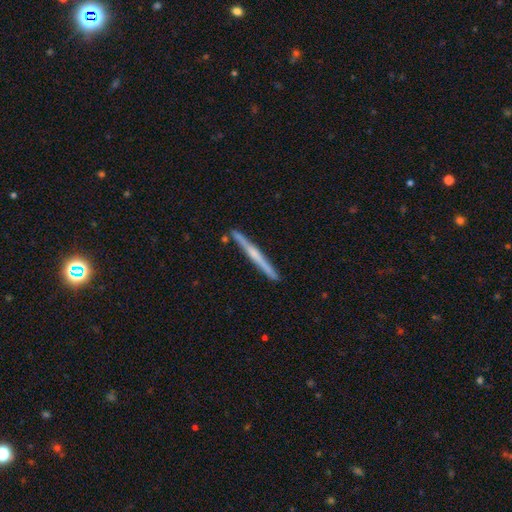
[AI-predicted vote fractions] The model was most divided on "edge-on bulge": rounded: 51%, none: 39%, boxy: 10%. More confident: edge-on disk — yes (98%); merging — none (90%); smooth or featured — featured or disk (67%).